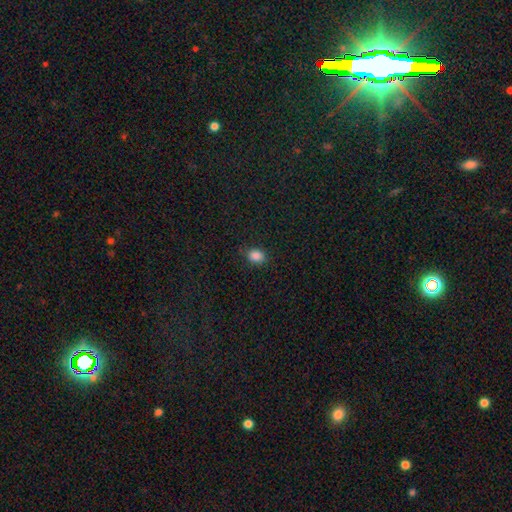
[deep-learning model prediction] Smooth or featured?
  - smooth: 86% *
  - star or artifact: 11%
  - featured or disk: 3%
How rounded?
  - in between: 56% *
  - round: 43%
  - cigar-shaped: 1%
Merging?
  - none: 84% *
  - minor disturbance: 12%
  - major disturbance: 3%
  - merger: 1%